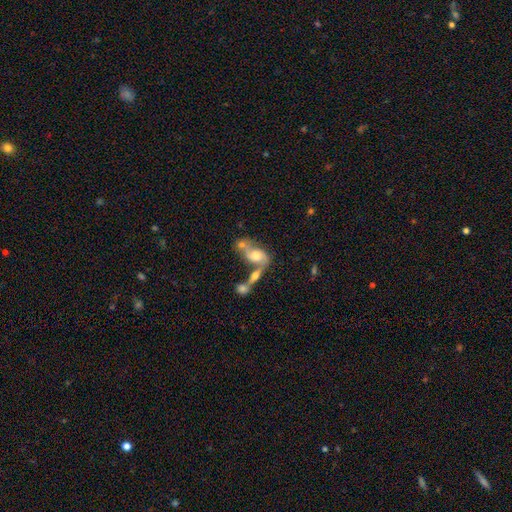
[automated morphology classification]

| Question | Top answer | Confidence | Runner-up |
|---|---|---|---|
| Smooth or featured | featured or disk | 58% | smooth (33%) |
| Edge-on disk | no | 94% | yes (6%) |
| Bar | no | 69% | weak (25%) |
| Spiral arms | yes | 77% | no (23%) |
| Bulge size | moderate | 53% | large (20%) |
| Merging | merger | 58% | none (21%) |